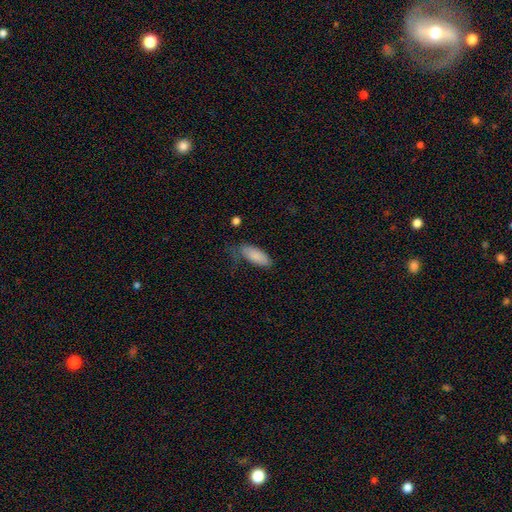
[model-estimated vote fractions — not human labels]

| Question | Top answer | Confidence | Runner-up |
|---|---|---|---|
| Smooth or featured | smooth | 86% | featured or disk (8%) |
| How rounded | in between | 79% | cigar-shaped (19%) |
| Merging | none | 49% | minor disturbance (34%) |